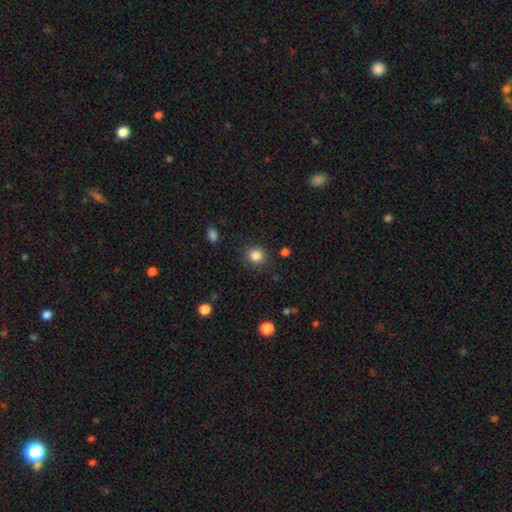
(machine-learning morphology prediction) smooth 85%, star or artifact 11%, featured or disk 4%. Down the decision tree: how rounded — round (83%); merging — none (87%).